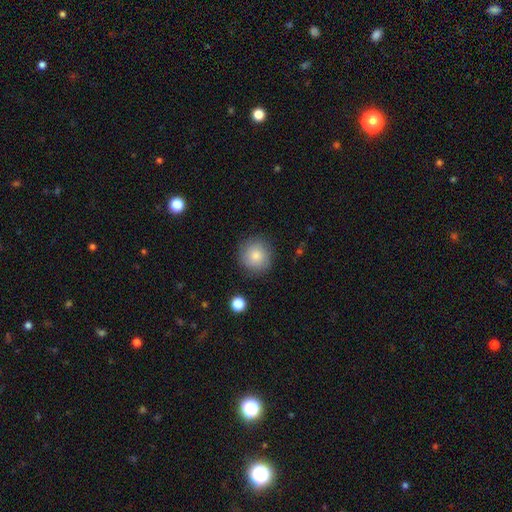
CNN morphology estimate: Overall: smooth (83%). How rounded: round (93%). Merging: none (86%).